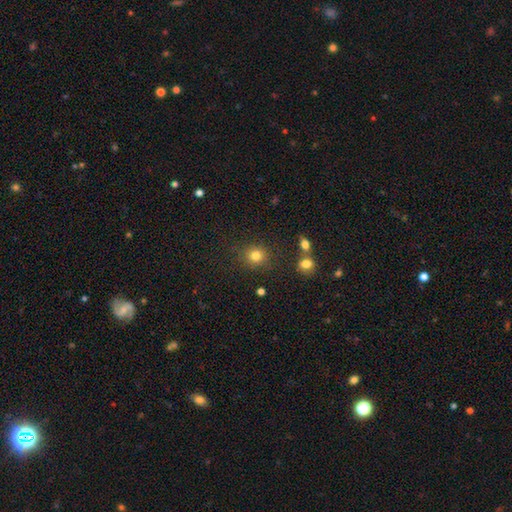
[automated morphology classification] smooth 81%, star or artifact 13%, featured or disk 6%. Down the decision tree: how rounded — round (87%); merging — none (83%).